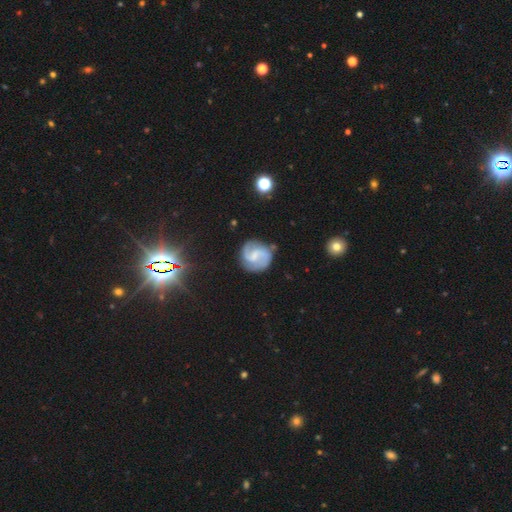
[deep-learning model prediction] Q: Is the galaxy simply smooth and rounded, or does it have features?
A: featured or disk — 82%.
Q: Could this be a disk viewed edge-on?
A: no — 98%.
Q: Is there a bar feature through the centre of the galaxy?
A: weak — 55%.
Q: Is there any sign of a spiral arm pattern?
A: yes — 96%.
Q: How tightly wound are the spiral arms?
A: medium — 53%.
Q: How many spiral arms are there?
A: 2 — 89%.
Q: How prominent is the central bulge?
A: small — 41%.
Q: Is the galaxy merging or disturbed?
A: none — 77%.